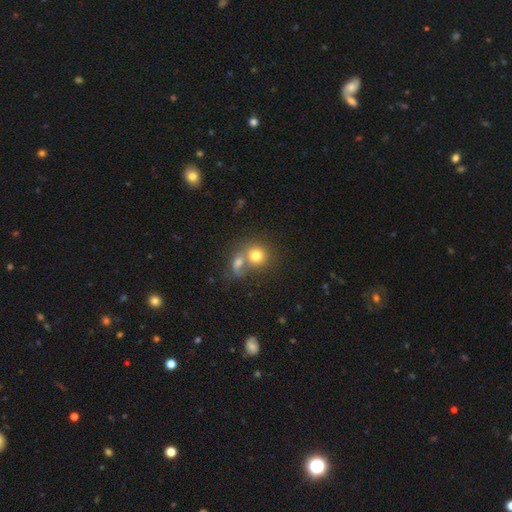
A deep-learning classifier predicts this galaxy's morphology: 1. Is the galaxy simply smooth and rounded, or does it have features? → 76% smooth, 14% featured or disk, 10% star or artifact.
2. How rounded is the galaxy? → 78% round, 21% in between, 1% cigar-shaped.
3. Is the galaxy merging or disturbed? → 55% merger, 34% none, 7% minor disturbance, 4% major disturbance.